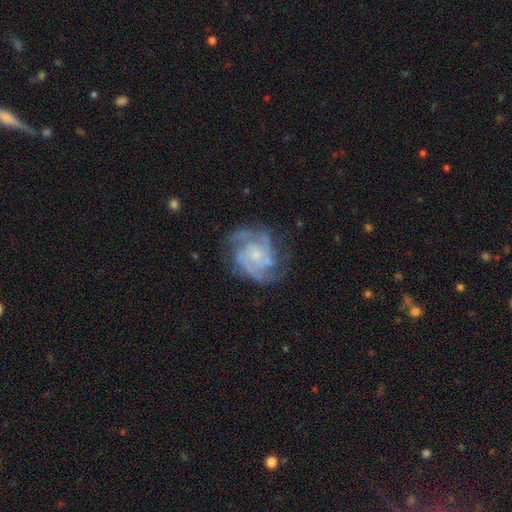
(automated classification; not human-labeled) Smooth or featured? featured or disk (84%)
Edge-on disk? no (98%)
Bar? no (70%)
Spiral arms? yes (94%)
Spiral winding? tight (46%)
Spiral arm count? 2 (35%)
Bulge size? small (56%)
Merging? none (66%)